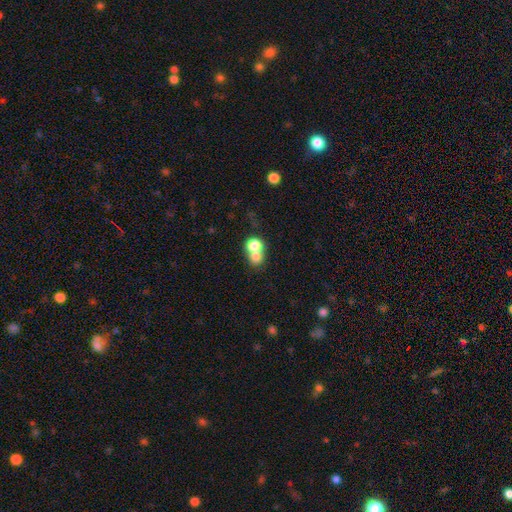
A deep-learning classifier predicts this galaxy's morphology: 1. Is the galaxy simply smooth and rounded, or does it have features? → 74% smooth, 15% featured or disk, 11% star or artifact.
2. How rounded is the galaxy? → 71% round, 28% in between, 1% cigar-shaped.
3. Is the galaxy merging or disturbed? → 62% merger, 29% none, 5% minor disturbance, 3% major disturbance.